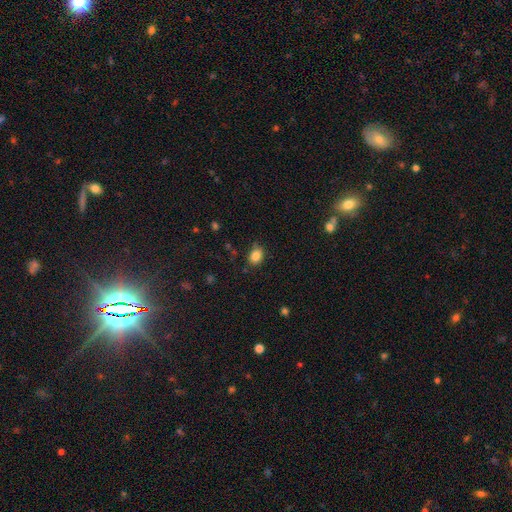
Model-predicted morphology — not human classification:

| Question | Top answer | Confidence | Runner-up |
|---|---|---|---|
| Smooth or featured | smooth | 85% | star or artifact (10%) |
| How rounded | in between | 57% | round (42%) |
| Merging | none | 77% | minor disturbance (17%) |